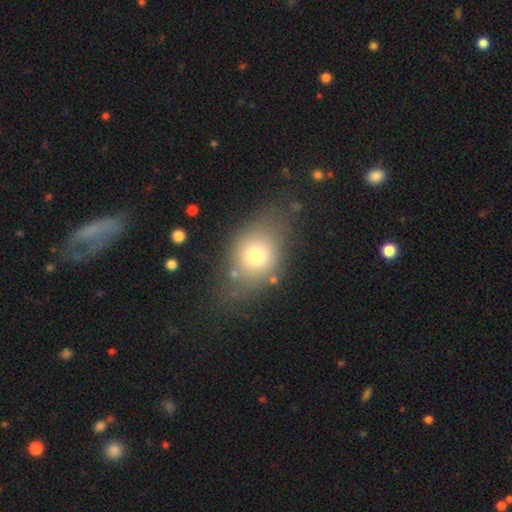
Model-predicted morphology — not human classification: smooth-or-featured: smooth: 71% | featured or disk: 17% | star or artifact: 12%
  how-rounded: in between: 65% | round: 33% | cigar-shaped: 2%
  merging: none: 67% | minor disturbance: 20% | major disturbance: 10% | merger: 4%